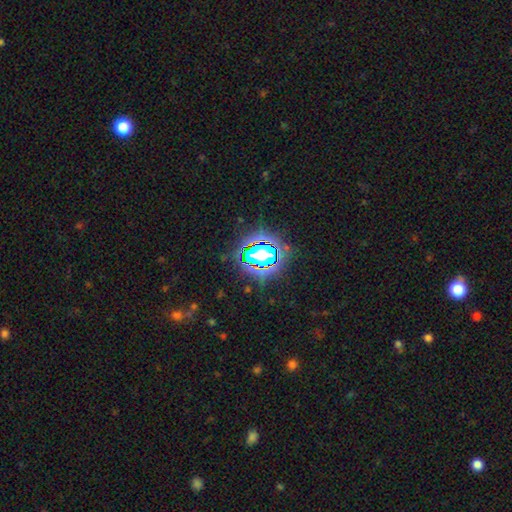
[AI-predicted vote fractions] The model was most divided on "smooth or featured": star or artifact: 75%, smooth: 16%, featured or disk: 9%.